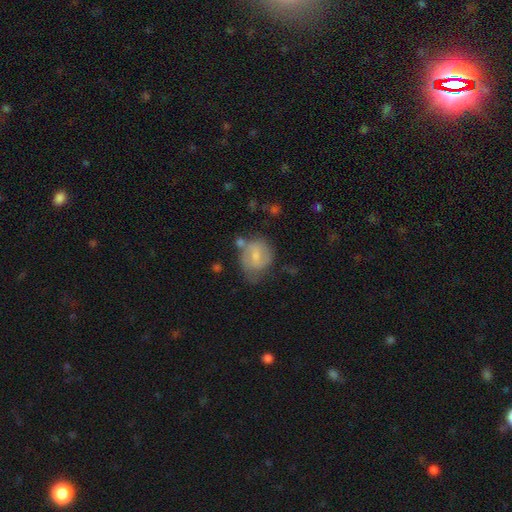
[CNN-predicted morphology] type=smooth (52%); roundness=round (64%); merging=none (45%).